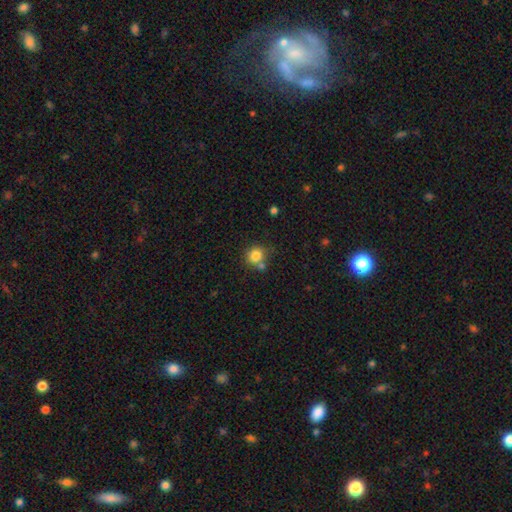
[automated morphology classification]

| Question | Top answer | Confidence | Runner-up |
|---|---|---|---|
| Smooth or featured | smooth | 82% | star or artifact (11%) |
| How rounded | round | 88% | in between (11%) |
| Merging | none | 65% | merger (19%) |